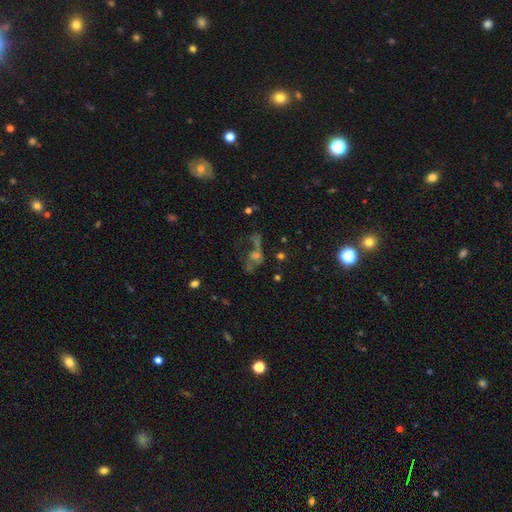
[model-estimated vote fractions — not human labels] Smooth or featured?
  - featured or disk: 37% * (tied)
  - star or artifact: 37% * (tied)
  - smooth: 26%
Merging?
  - none: 36% *
  - major disturbance: 32%
  - merger: 18%
  - minor disturbance: 14%